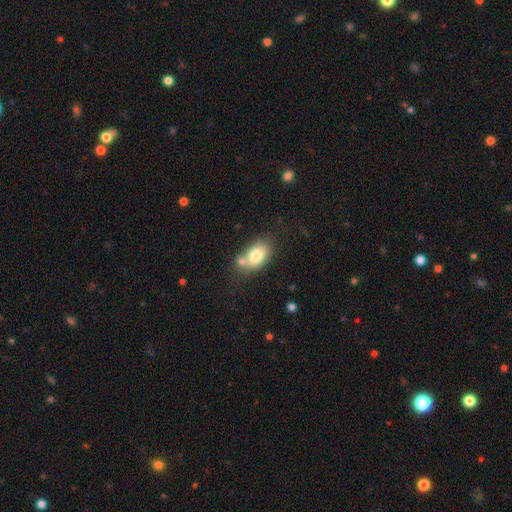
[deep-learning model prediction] A smooth galaxy with no disk features (77%) that is in between round and cigar-shaped (86%). Merging: none (52%).